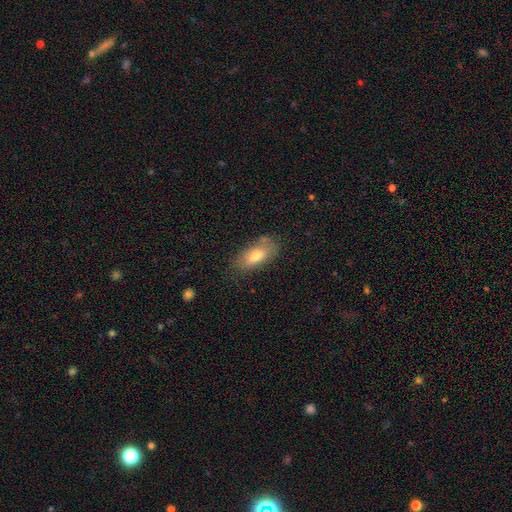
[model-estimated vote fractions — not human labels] Smooth or featured? Predicted: smooth (p=0.76). How rounded? Predicted: in between (p=0.84). Merging? Predicted: none (p=0.70).